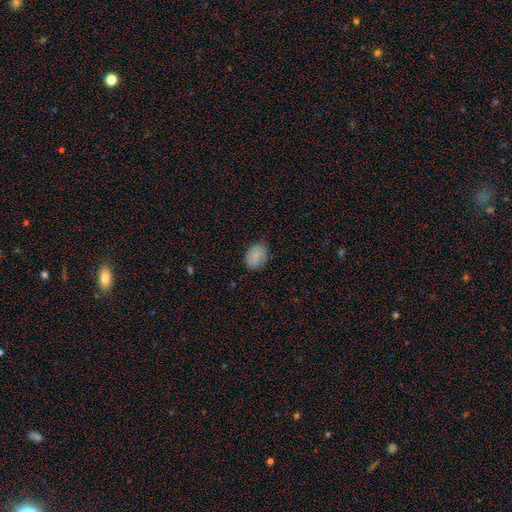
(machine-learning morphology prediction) This appears to be a smooth galaxy with no disk features (83%) that is in between round and cigar-shaped (69%). Merging: none (76%).